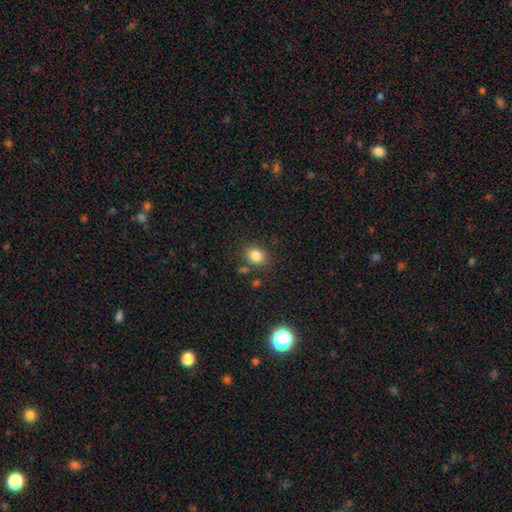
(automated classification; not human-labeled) A smooth galaxy with no disk features (83%) that is in between round and cigar-shaped (51%).

Vote fractions:
- Smooth or featured? smooth: 83% / star or artifact: 11% / featured or disk: 6%
- How rounded? in between: 51% / round: 48% / cigar-shaped: 1%
- Merging? none: 77% / minor disturbance: 12% / merger: 6% / major disturbance: 4%